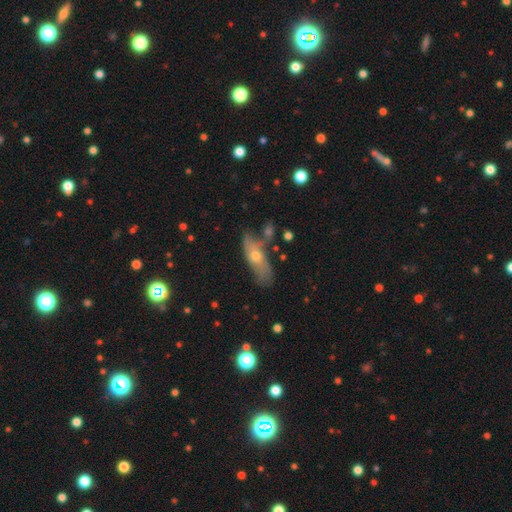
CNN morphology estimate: A smooth galaxy with no disk features (48%). Merging: none (58%).